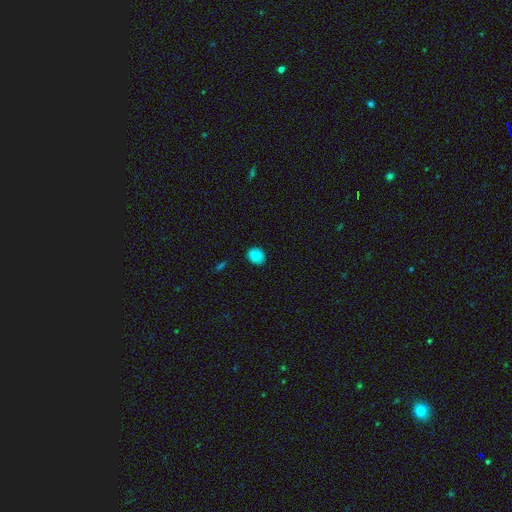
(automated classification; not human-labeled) A smooth galaxy with no disk features (87%) that is round (66%). Merging: none (88%).